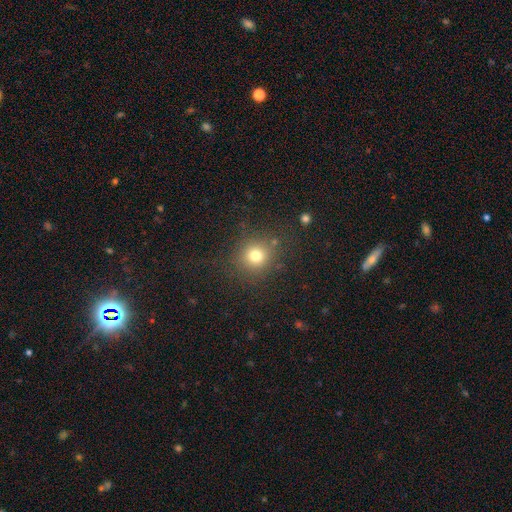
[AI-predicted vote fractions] smooth 76%, star or artifact 16%, featured or disk 8%. Down the decision tree: how rounded — round (88%); merging — none (83%).